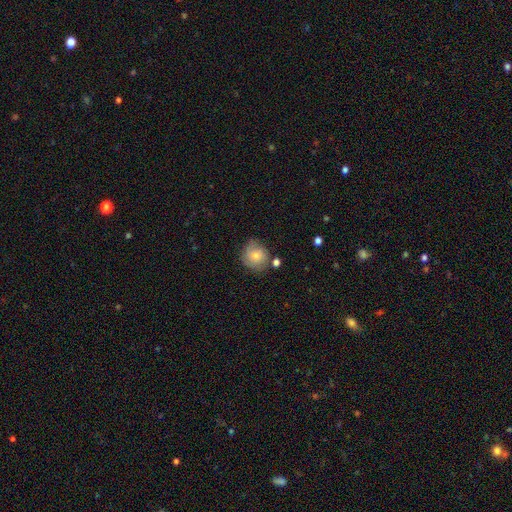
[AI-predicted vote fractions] This appears to be a smooth galaxy with no disk features (71%) that is round (83%). Merging: none (64%).